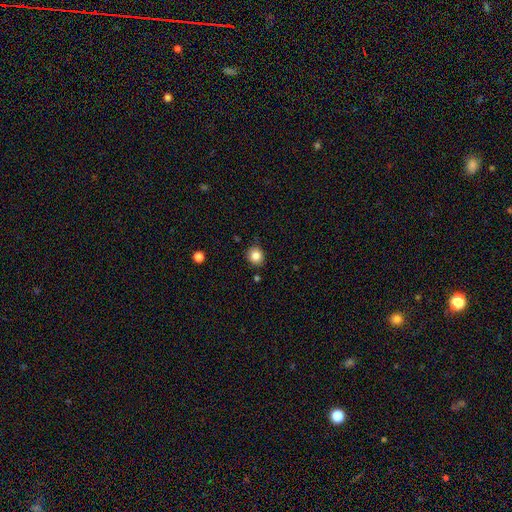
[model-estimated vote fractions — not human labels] Morphology: type=smooth (84%); roundness=round (84%); merging=none (84%).